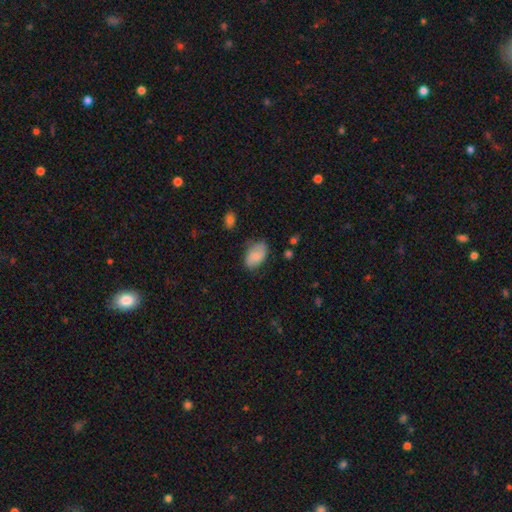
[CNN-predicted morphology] The model was most divided on "merging": none: 62%, minor disturbance: 28%, major disturbance: 7%, merger: 2%. More confident: how rounded — in between (90%); smooth or featured — smooth (71%).